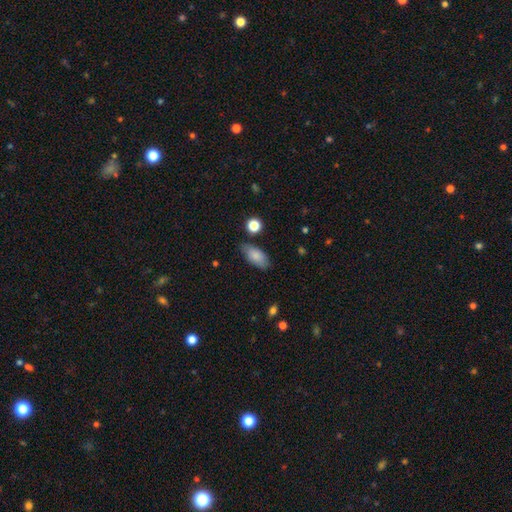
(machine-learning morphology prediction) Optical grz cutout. It shows a smooth galaxy with no disk features (83%) that is in between round and cigar-shaped (88%). Merging: none (75%).